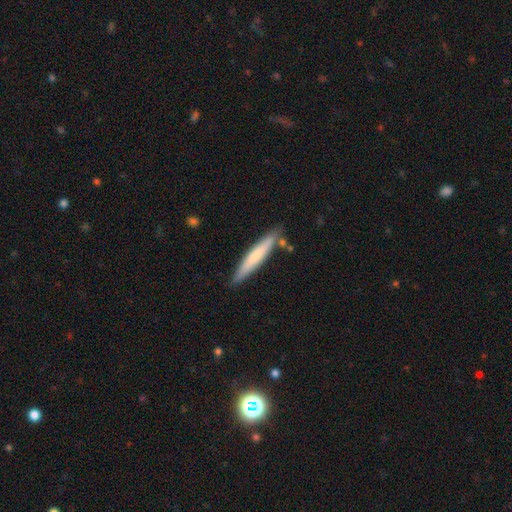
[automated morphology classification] A smooth galaxy with no disk features (66%) that is cigar-shaped (93%). Merging: none (84%).